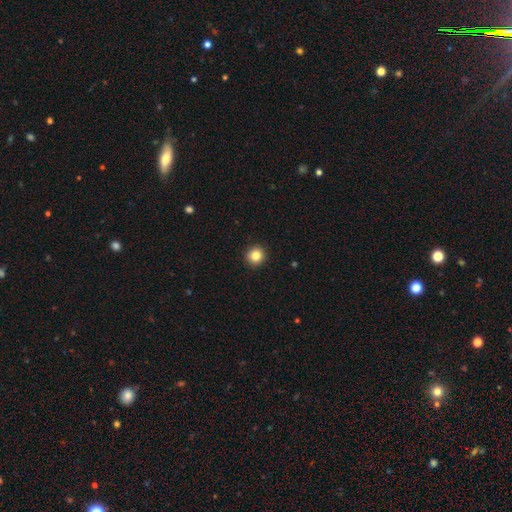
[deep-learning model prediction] Smooth or featured?
  - smooth: 84% *
  - star or artifact: 11%
  - featured or disk: 6%
How rounded?
  - round: 94% *
  - in between: 5%
  - cigar-shaped: 1%
Merging?
  - none: 93% *
  - minor disturbance: 5%
  - major disturbance: 1%
  - merger: 1%